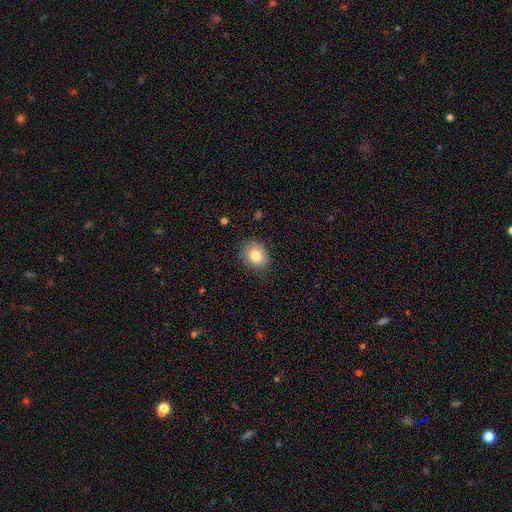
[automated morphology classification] Overall: smooth (80%). How rounded: round (56%; in between 43%). Merging: none (81%).